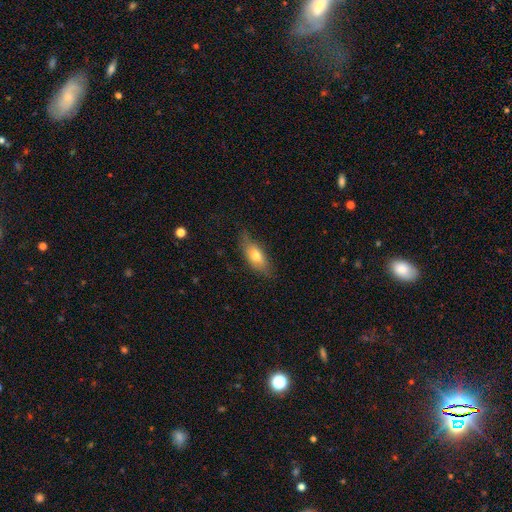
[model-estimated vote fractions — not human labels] smooth_or_featured: smooth (p=0.70) [alt: featured or disk p=0.24]
how_rounded: in between (p=0.79) [alt: cigar-shaped p=0.18]
merging: none (p=0.70) [alt: minor disturbance p=0.24]